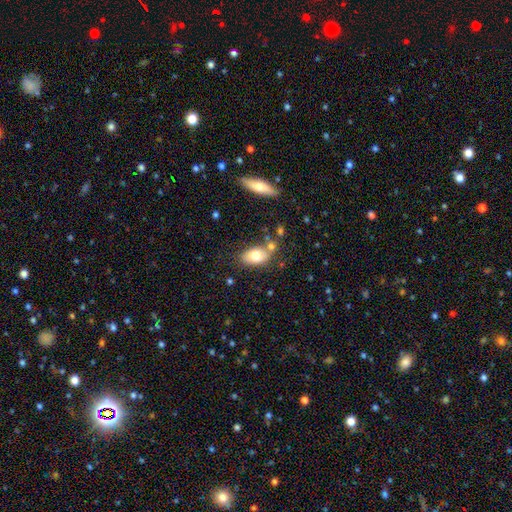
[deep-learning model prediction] smooth-or-featured: smooth: 75% | featured or disk: 18% | star or artifact: 7%
  how-rounded: in between: 89% | round: 8% | cigar-shaped: 3%
  merging: none: 63% | minor disturbance: 16% | merger: 16% | major disturbance: 5%